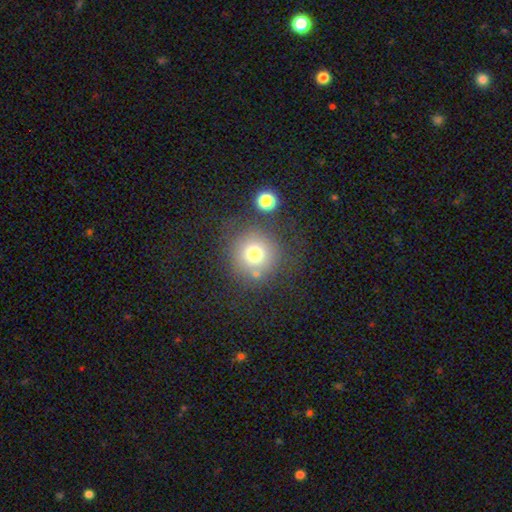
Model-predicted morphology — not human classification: smooth 68%, star or artifact 19%, featured or disk 13%. Down the decision tree: how rounded — round (94%); merging — none (74%).